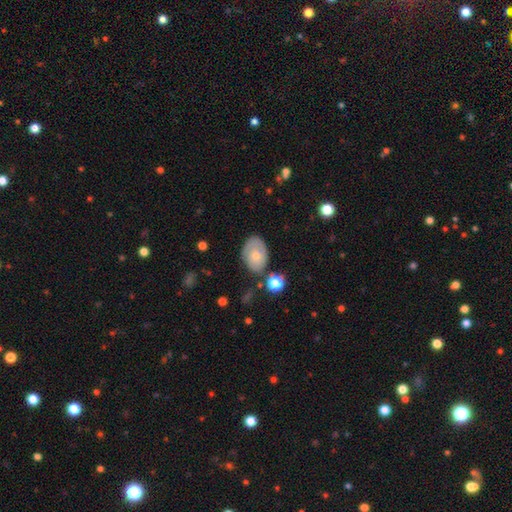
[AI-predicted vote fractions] A smooth galaxy with no disk features (55%) that is in between round and cigar-shaped (78%).

Vote fractions:
- Smooth or featured? smooth: 55% / featured or disk: 38% / star or artifact: 8%
- How rounded? in between: 78% / round: 20% / cigar-shaped: 1%
- Merging? none: 60% / minor disturbance: 26% / major disturbance: 9% / merger: 6%